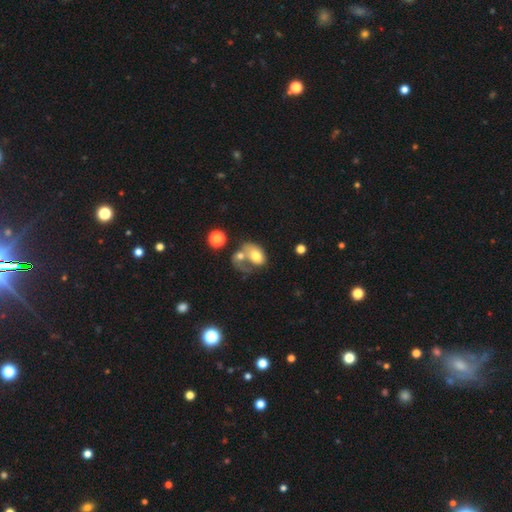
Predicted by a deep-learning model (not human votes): smooth 64%, featured or disk 27%, star or artifact 9%. Down the decision tree: how rounded — in between (74%); merging — merger (59%).